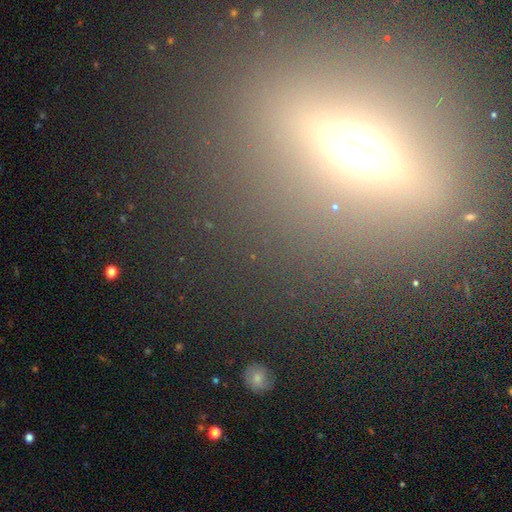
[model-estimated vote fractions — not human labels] A star or artifact, not a galaxy (38%).